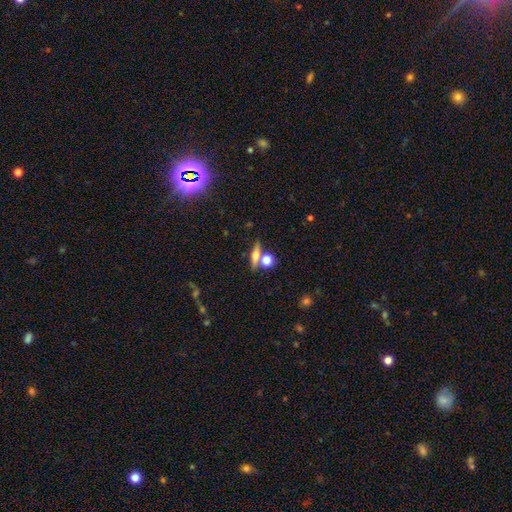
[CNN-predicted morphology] A smooth galaxy with no disk features (48%).

Vote fractions:
- Smooth or featured? smooth: 48% / featured or disk: 40% / star or artifact: 12%
- Merging? none: 66% / merger: 21% / minor disturbance: 9% / major disturbance: 4%